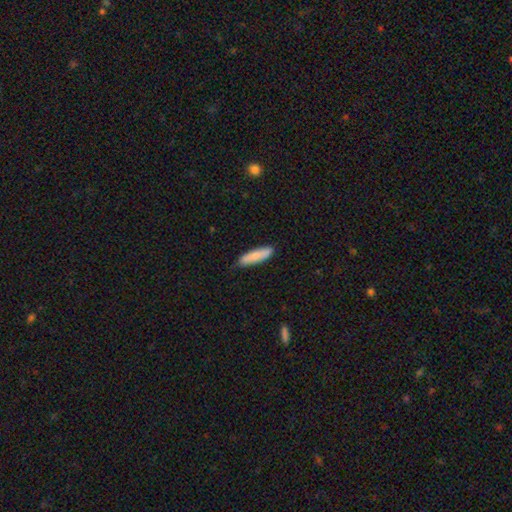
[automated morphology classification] type=smooth (82%); roundness=cigar-shaped (71%); merging=none (81%).